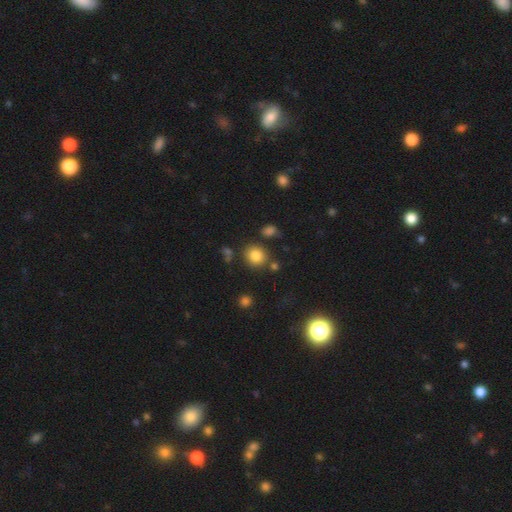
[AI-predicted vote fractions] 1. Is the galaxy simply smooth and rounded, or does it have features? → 82% smooth, 12% star or artifact, 6% featured or disk.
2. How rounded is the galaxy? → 79% round, 20% in between, 1% cigar-shaped.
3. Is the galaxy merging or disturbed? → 79% none, 10% minor disturbance, 7% merger, 4% major disturbance.